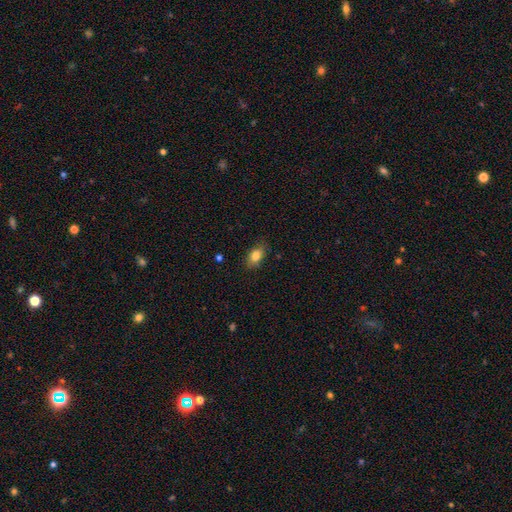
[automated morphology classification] smooth_or_featured: smooth (p=0.83) [alt: star or artifact p=0.09]
how_rounded: in between (p=0.84) [alt: round p=0.13]
merging: none (p=0.80) [alt: minor disturbance p=0.16]